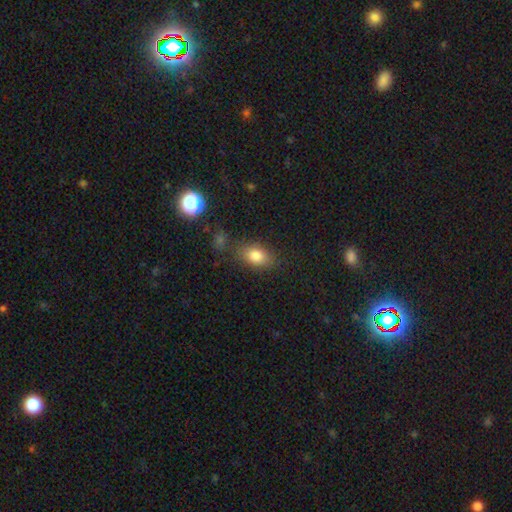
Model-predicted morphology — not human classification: A smooth galaxy with no disk features (81%) that is in between round and cigar-shaped (80%).

Vote fractions:
- Smooth or featured? smooth: 81% / star or artifact: 10% / featured or disk: 9%
- How rounded? in between: 80% / round: 17% / cigar-shaped: 3%
- Merging? none: 75% / minor disturbance: 15% / merger: 6% / major disturbance: 5%